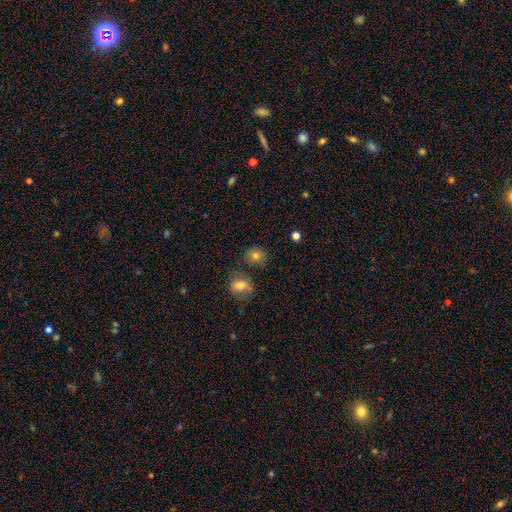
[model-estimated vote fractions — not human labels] Smooth or featured: smooth — 77% (star or artifact — 12%)
How rounded: round — 64% (in between — 35%)
Merging: none — 74% (minor disturbance — 14%)